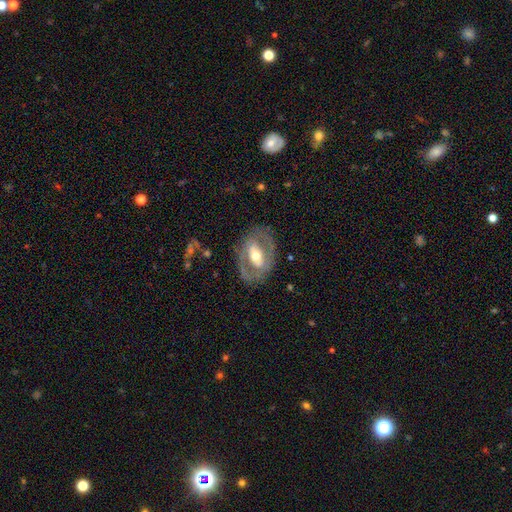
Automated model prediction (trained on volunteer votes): A featured or disk galaxy (70%) with a strong bar (37%), no spiral arms (60%) and a moderate central bulge (70%).

Vote fractions:
- Smooth or featured? featured or disk: 70% / smooth: 25% / star or artifact: 6%
- Edge-on disk? no: 91% / yes: 9%
- Bar? strong: 37% / weak: 33% / no: 30%
- Spiral arms? no: 60% / yes: 40%
- Bulge size? moderate: 70% / small: 14% / large: 14% / dominant: 1% / none: 1%
- Merging? none: 76% / minor disturbance: 15% / major disturbance: 8% / merger: 1%